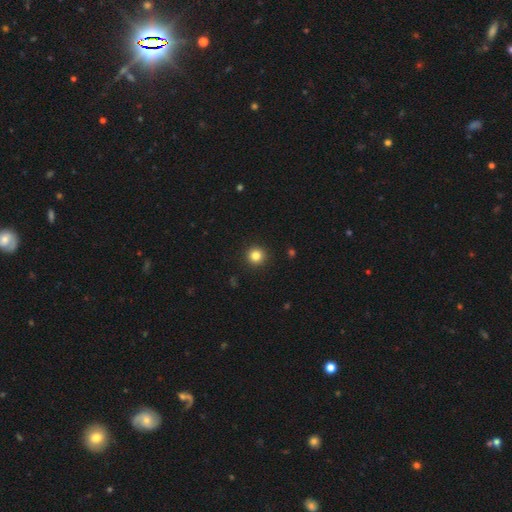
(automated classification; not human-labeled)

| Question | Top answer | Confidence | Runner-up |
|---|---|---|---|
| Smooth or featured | smooth | 83% | star or artifact (12%) |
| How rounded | round | 95% | in between (4%) |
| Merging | none | 93% | minor disturbance (4%) |